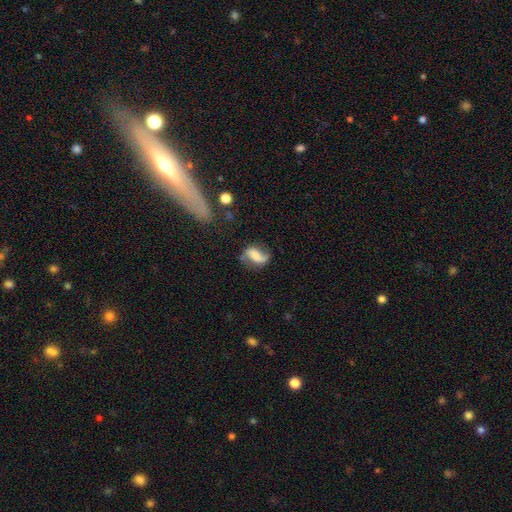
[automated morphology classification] Smooth or featured? Predicted: featured or disk (p=0.62). Edge-on disk? Predicted: no (p=0.96). Bar? Predicted: no (p=0.39). Spiral arms? Predicted: yes (p=0.90). Spiral winding? Predicted: loose (p=0.64). Spiral arm count? Predicted: 2 (p=0.83). Bulge size? Predicted: none (p=0.30). Merging? Predicted: none (p=0.60).